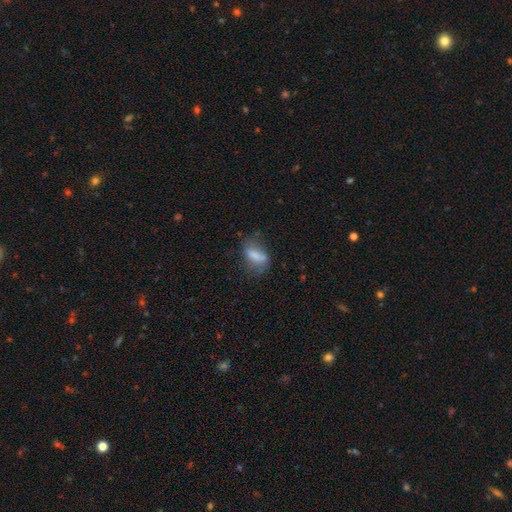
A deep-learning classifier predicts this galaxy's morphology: Smooth or featured?
  - smooth: 67% *
  - featured or disk: 23%
  - star or artifact: 10%
How rounded?
  - in between: 72% *
  - cigar-shaped: 20%
  - round: 7%
Merging?
  - none: 48% *
  - minor disturbance: 28%
  - major disturbance: 17%
  - merger: 7%